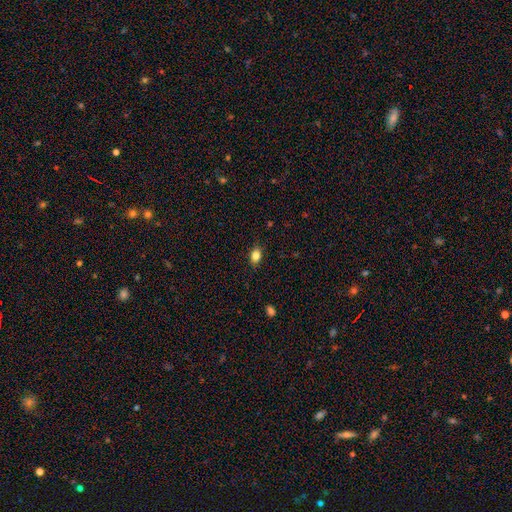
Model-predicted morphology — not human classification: Q: Smooth or featured?
A: smooth (83%); runner-up: star or artifact (10%)
Q: How rounded?
A: in between (77%); runner-up: round (21%)
Q: Merging?
A: none (85%); runner-up: minor disturbance (11%)